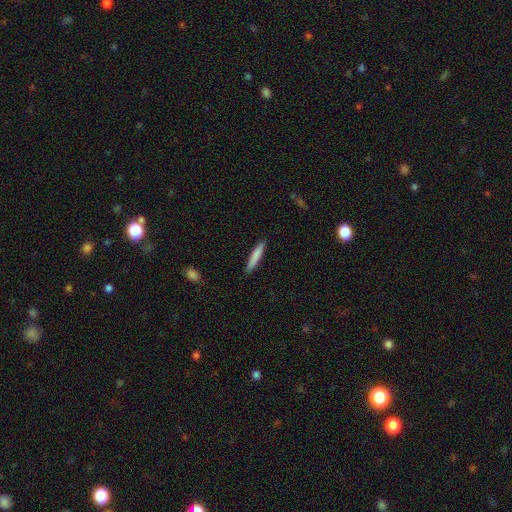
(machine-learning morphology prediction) Overall: smooth (81%). How rounded: cigar-shaped (93%). Merging: none (89%).